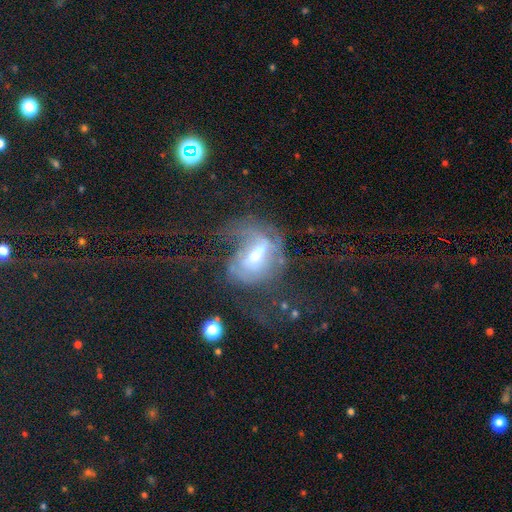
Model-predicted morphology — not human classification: Overall: featured or disk (69%). Edge-on disk: no (94%). Bar: weak (42%; strong 33%). Spiral arms: yes (67%; no 33%). Bulge size: moderate (47%; small 42%). Merging: major disturbance (48%; none 31%).